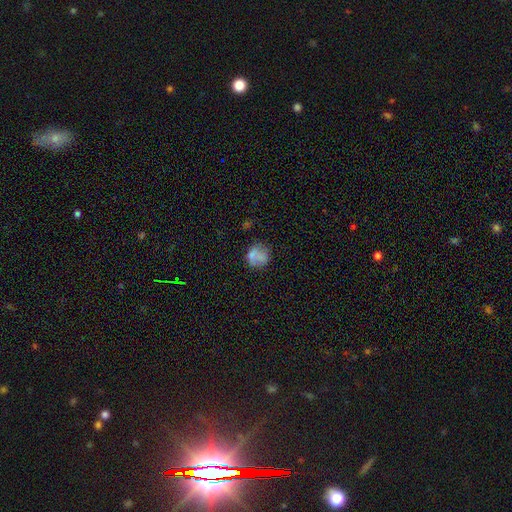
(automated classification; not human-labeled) The model was most divided on "merging": none: 60%, minor disturbance: 21%, merger: 10%, major disturbance: 9%. More confident: how rounded — round (83%); smooth or featured — smooth (71%).